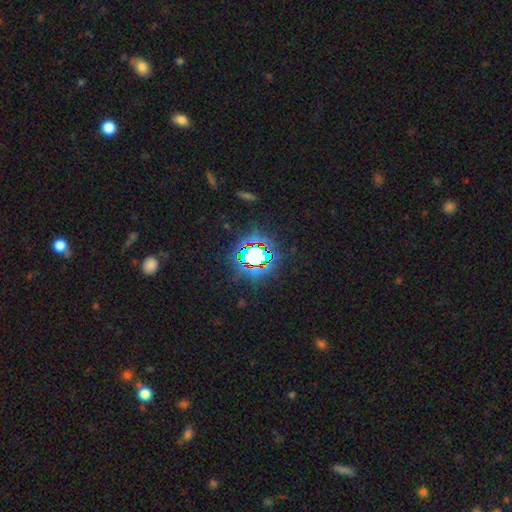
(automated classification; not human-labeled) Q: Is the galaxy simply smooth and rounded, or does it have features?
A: star or artifact — 67%.